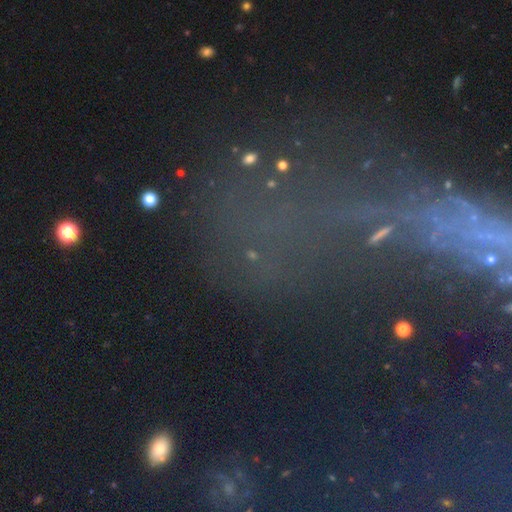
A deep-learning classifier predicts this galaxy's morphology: smooth-or-featured: star or artifact: 63% | featured or disk: 19% | smooth: 19%